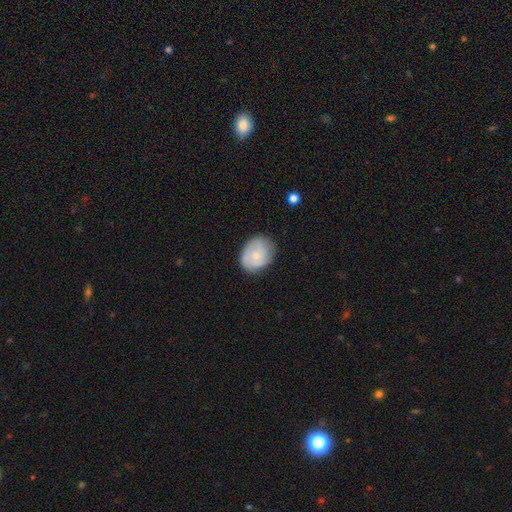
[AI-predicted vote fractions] smooth-or-featured: smooth: 69% | featured or disk: 25% | star or artifact: 7%
  how-rounded: in between: 52% | round: 47% | cigar-shaped: 1%
  merging: none: 71% | minor disturbance: 22% | major disturbance: 5% | merger: 1%